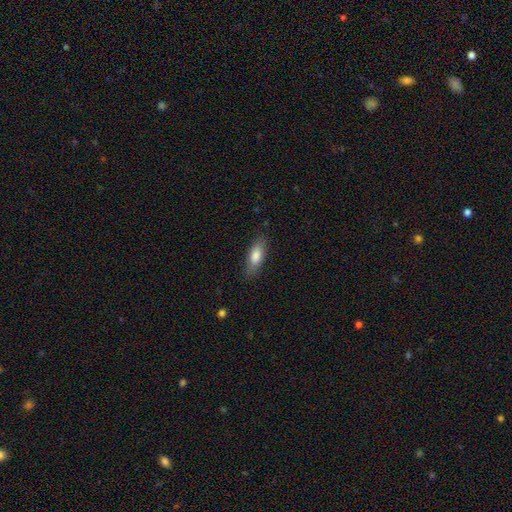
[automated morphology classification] Smooth or featured? smooth (81%)
How rounded? in between (70%)
Merging? none (83%)